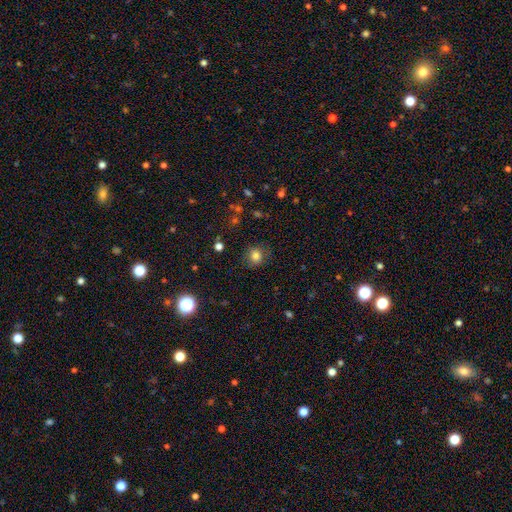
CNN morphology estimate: The model was most divided on "how rounded": round: 80%, in between: 19%, cigar-shaped: 1%. More confident: merging — none (83%); smooth or featured — smooth (81%).